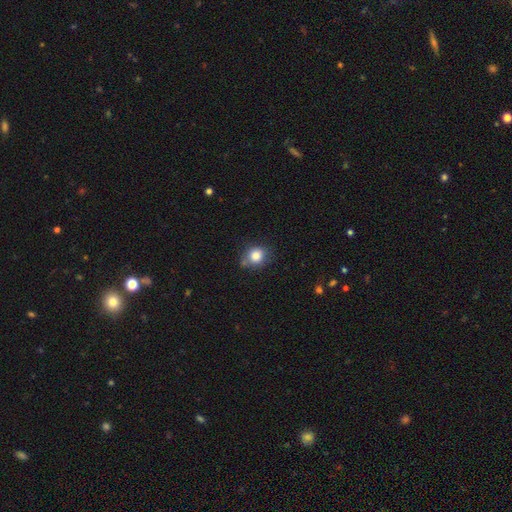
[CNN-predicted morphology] This appears to be a smooth galaxy with no disk features (83%) that is round (75%). Merging: none (67%).